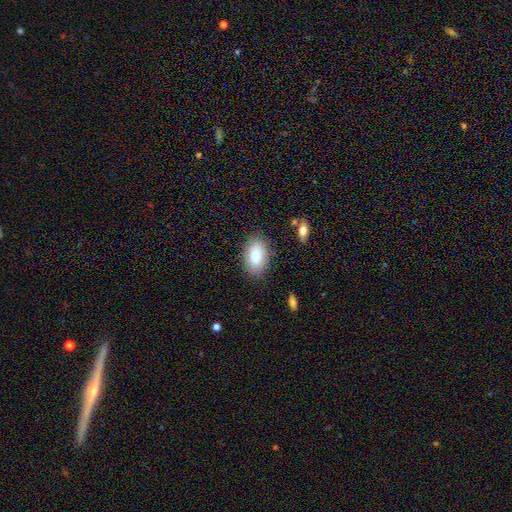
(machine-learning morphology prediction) Smooth or featured? Predicted: smooth (p=0.84). How rounded? Predicted: in between (p=0.93). Merging? Predicted: none (p=0.84).